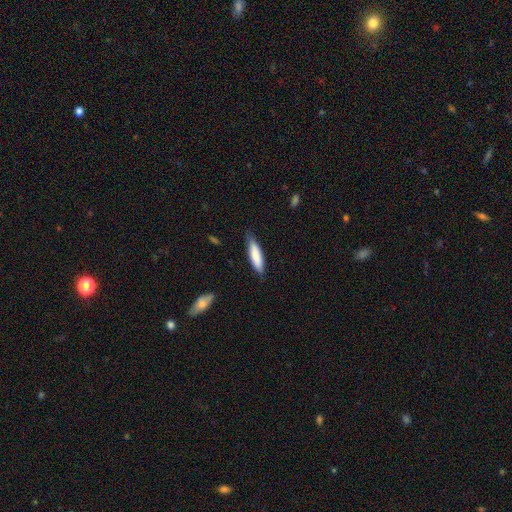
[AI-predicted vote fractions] A smooth galaxy with no disk features (82%) that is cigar-shaped (67%).

Vote fractions:
- Smooth or featured? smooth: 82% / featured or disk: 12% / star or artifact: 5%
- How rounded? cigar-shaped: 67% / in between: 32% / round: 1%
- Merging? none: 77% / minor disturbance: 19% / major disturbance: 3% / merger: 1%